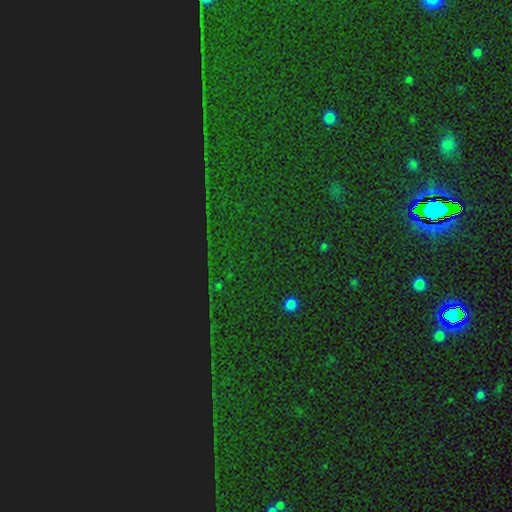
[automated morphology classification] Overall: star or artifact (87%).